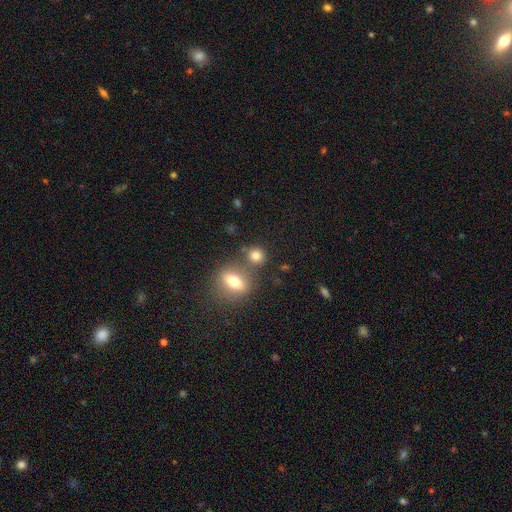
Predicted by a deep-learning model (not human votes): smooth 80%, star or artifact 12%, featured or disk 9%. Down the decision tree: how rounded — round (78%); merging — none (61%).